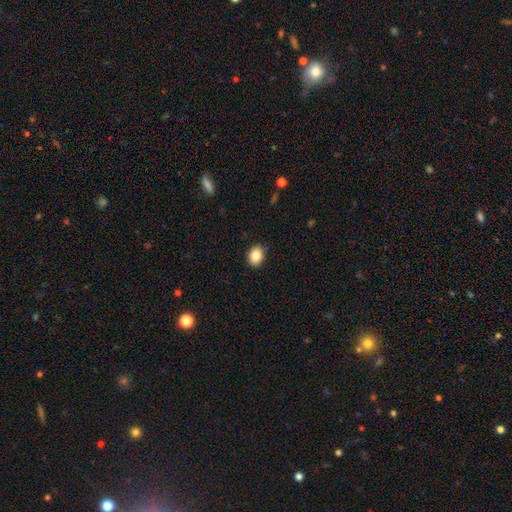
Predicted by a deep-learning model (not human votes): Smooth or featured: smooth — 86% (star or artifact — 9%)
How rounded: in between — 54% (round — 45%)
Merging: none — 89% (minor disturbance — 9%)